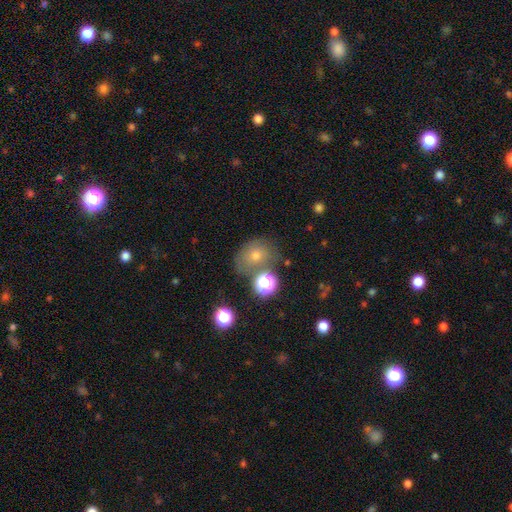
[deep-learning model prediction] This appears to be a smooth galaxy with no disk features (58%) that is round (55%). Merging: none (63%).